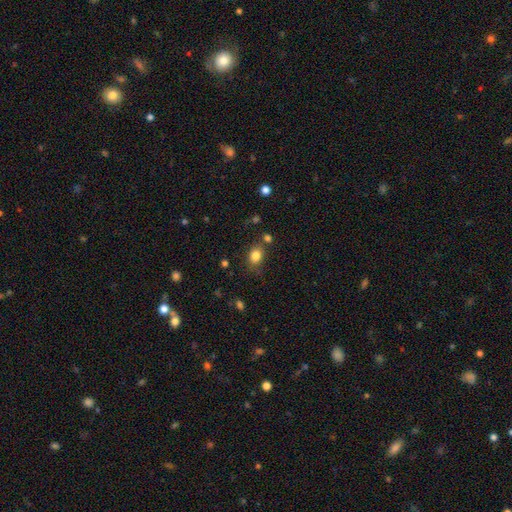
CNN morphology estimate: Q: Smooth or featured?
A: smooth (83%); runner-up: star or artifact (11%)
Q: How rounded?
A: in between (63%); runner-up: round (35%)
Q: Merging?
A: none (72%); runner-up: minor disturbance (15%)